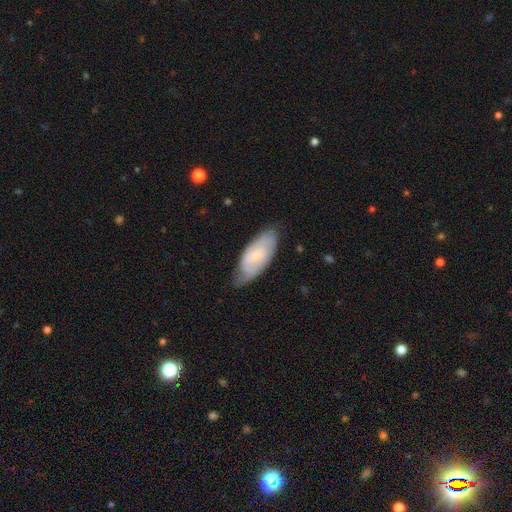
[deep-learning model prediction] Q: Smooth or featured?
A: featured or disk (47%); tied with: smooth (47%)
Q: Merging?
A: none (64%); runner-up: minor disturbance (28%)